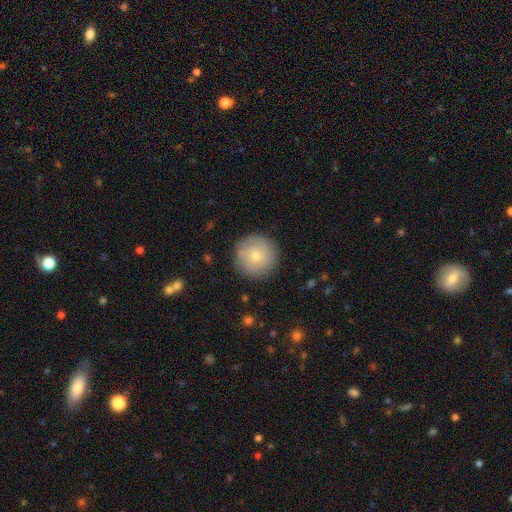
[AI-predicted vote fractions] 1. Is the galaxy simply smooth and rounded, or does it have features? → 67% smooth, 26% featured or disk, 7% star or artifact.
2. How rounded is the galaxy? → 96% round, 3% in between, 1% cigar-shaped.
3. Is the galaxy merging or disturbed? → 88% none, 8% minor disturbance, 3% major disturbance, 1% merger.